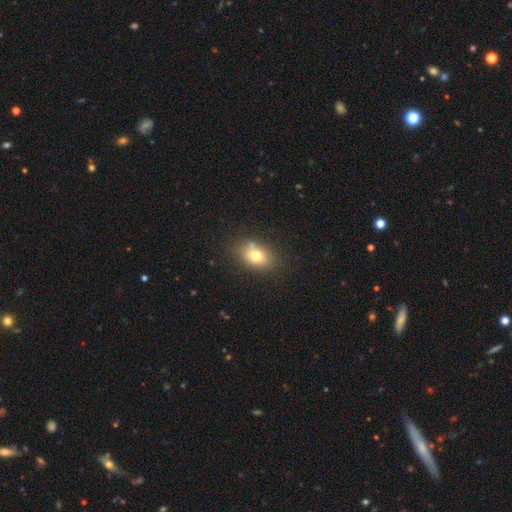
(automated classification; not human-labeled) The model was most divided on "how rounded": in between: 78%, round: 21%, cigar-shaped: 2%. More confident: smooth or featured — smooth (75%); merging — none (73%).